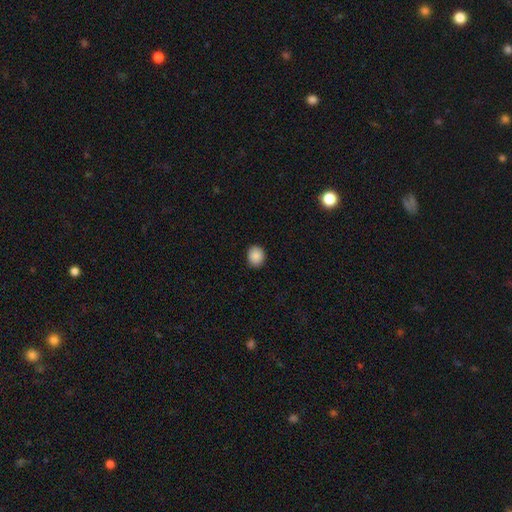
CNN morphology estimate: A smooth galaxy with no disk features (88%) that is round (72%).

Vote fractions:
- Smooth or featured? smooth: 88% / star or artifact: 9% / featured or disk: 3%
- How rounded? round: 72% / in between: 27% / cigar-shaped: 1%
- Merging? none: 91% / minor disturbance: 6% / major disturbance: 2% / merger: 1%